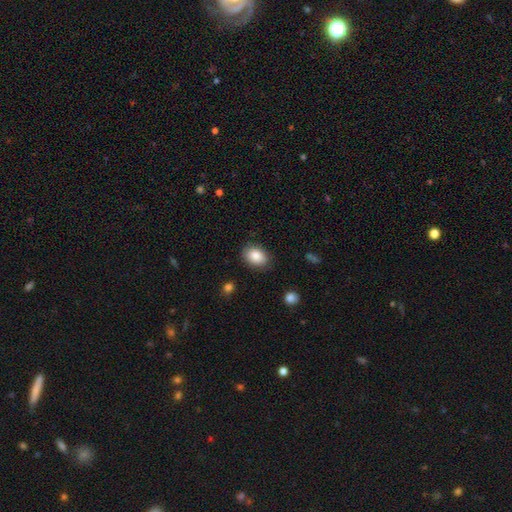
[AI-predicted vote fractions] Overall: smooth (86%). How rounded: in between (80%). Merging: none (84%).